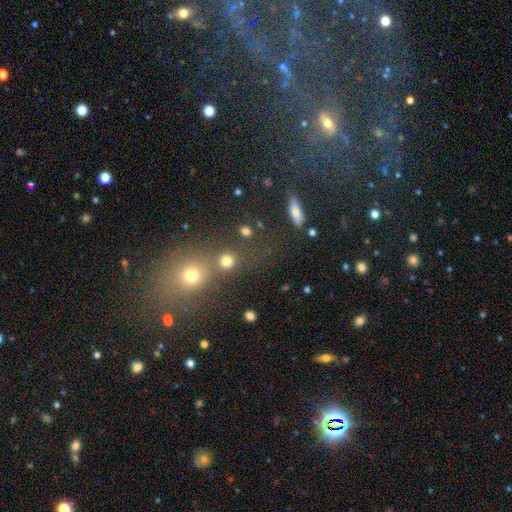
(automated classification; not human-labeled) Smooth or featured? smooth (49%)
Merging? none (54%)